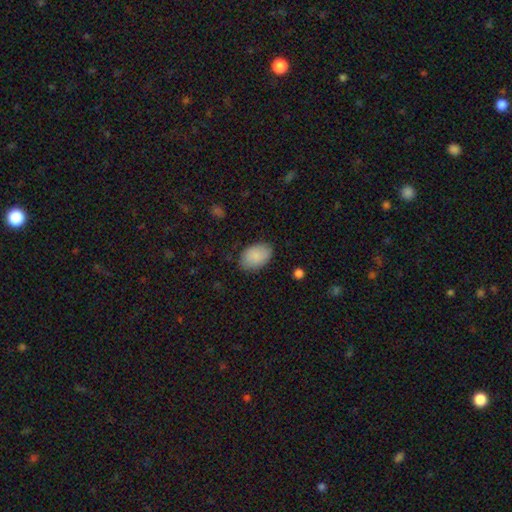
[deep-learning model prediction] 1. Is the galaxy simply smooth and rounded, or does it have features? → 88% smooth, 6% star or artifact, 6% featured or disk.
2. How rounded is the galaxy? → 90% in between, 9% round, 1% cigar-shaped.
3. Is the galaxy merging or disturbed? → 83% none, 13% minor disturbance, 3% major disturbance, 1% merger.